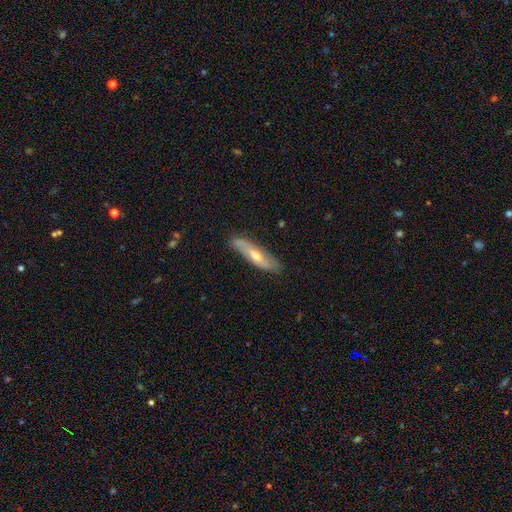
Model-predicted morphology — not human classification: This appears to be a featured or disk galaxy (53%). Merging: none (78%).